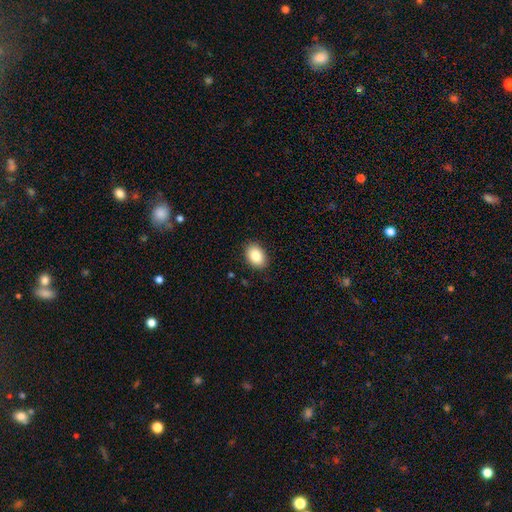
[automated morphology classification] A smooth galaxy with no disk features (87%) that is in between round and cigar-shaped (81%).

Vote fractions:
- Smooth or featured? smooth: 87% / star or artifact: 7% / featured or disk: 6%
- How rounded? in between: 81% / round: 18% / cigar-shaped: 1%
- Merging? none: 88% / minor disturbance: 9% / major disturbance: 2% / merger: 1%